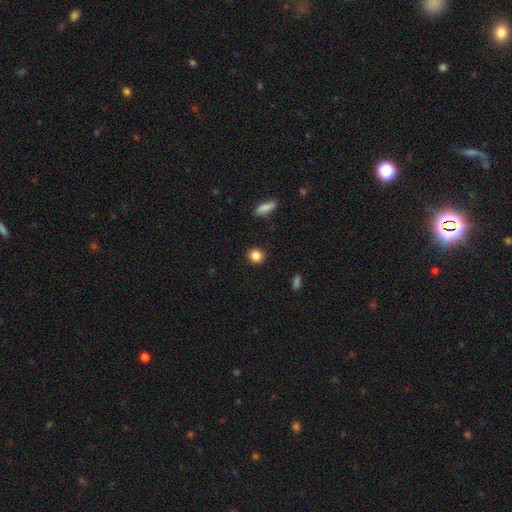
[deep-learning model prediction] Smooth or featured?
  - smooth: 86% *
  - star or artifact: 10%
  - featured or disk: 5%
How rounded?
  - round: 85% *
  - in between: 14%
  - cigar-shaped: 1%
Merging?
  - none: 91% *
  - minor disturbance: 6%
  - major disturbance: 2%
  - merger: 1%